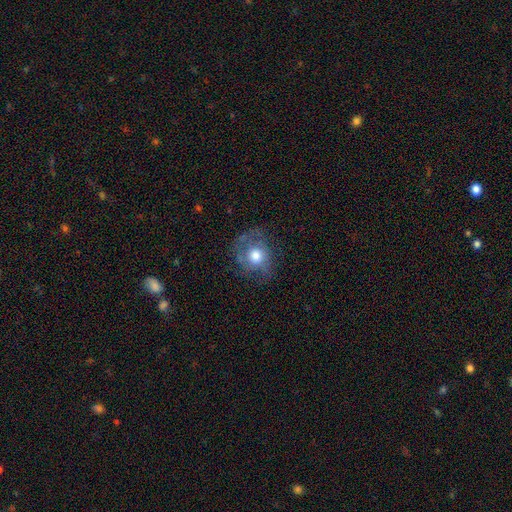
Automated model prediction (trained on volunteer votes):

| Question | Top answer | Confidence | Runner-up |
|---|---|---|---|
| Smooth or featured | smooth | 60% | featured or disk (30%) |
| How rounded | round | 79% | in between (20%) |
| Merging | none | 61% | minor disturbance (22%) |